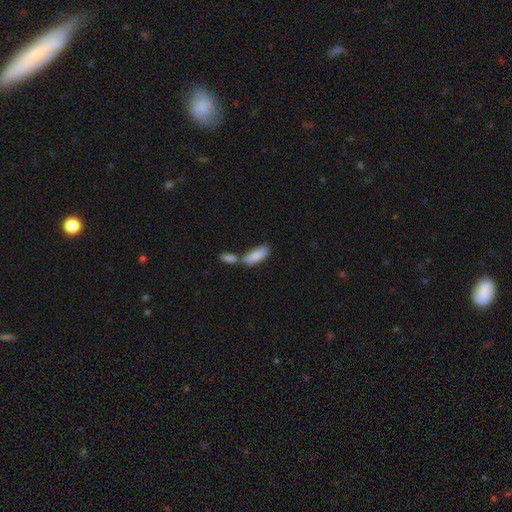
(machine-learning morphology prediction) smooth-or-featured: smooth: 82% | featured or disk: 12% | star or artifact: 6%
  how-rounded: in between: 73% | cigar-shaped: 25% | round: 2%
  merging: merger: 48% | none: 36% | minor disturbance: 12% | major disturbance: 4%